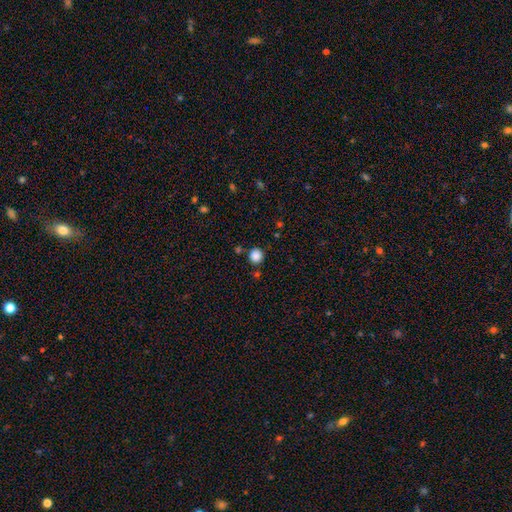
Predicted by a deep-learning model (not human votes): smooth_or_featured: smooth (p=0.86) [alt: star or artifact p=0.11]
how_rounded: round (p=0.90) [alt: in between p=0.09]
merging: none (p=0.83) [alt: minor disturbance p=0.09]